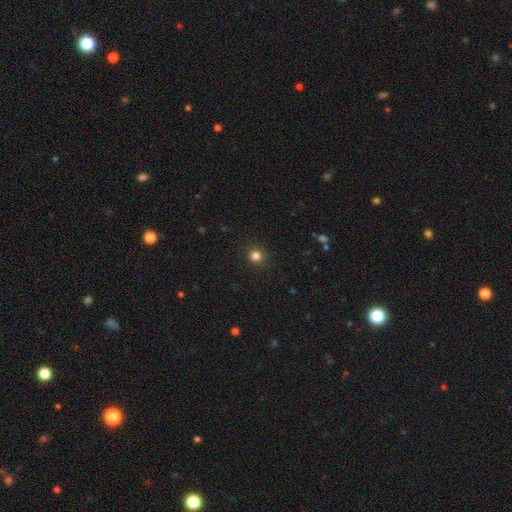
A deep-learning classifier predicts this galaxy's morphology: A smooth galaxy with no disk features (81%) that is round (91%).

Vote fractions:
- Smooth or featured? smooth: 81% / star or artifact: 14% / featured or disk: 4%
- How rounded? round: 91% / in between: 8% / cigar-shaped: 1%
- Merging? none: 91% / minor disturbance: 6% / major disturbance: 2% / merger: 1%